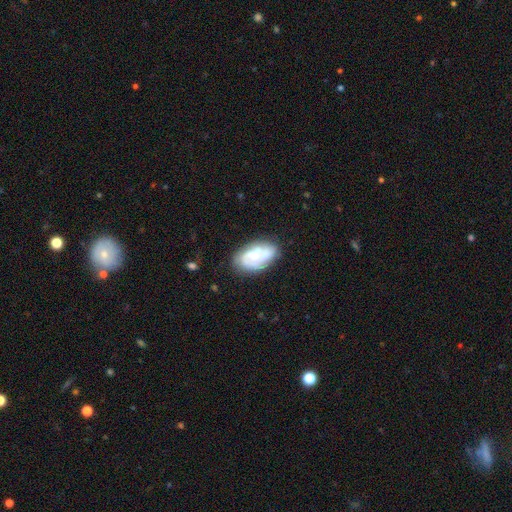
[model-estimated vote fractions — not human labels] Smooth or featured? featured or disk (59%)
Edge-on disk? no (97%)
Bar? no (69%)
Spiral arms? yes (80%)
Bulge size? small (38%)
Merging? none (65%)